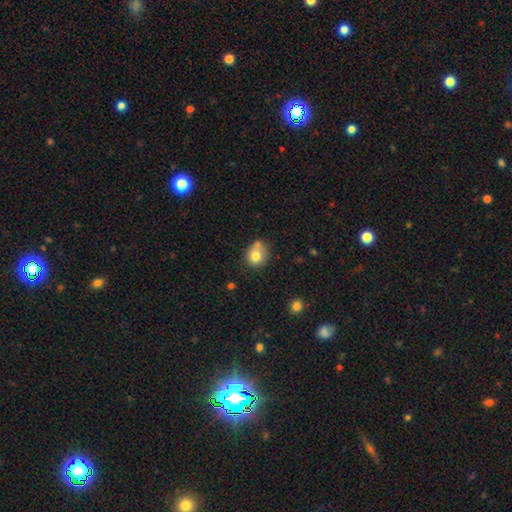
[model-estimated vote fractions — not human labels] Smooth or featured: smooth — 76% (featured or disk — 13%)
How rounded: round — 74% (in between — 26%)
Merging: none — 50% (merger — 22%)